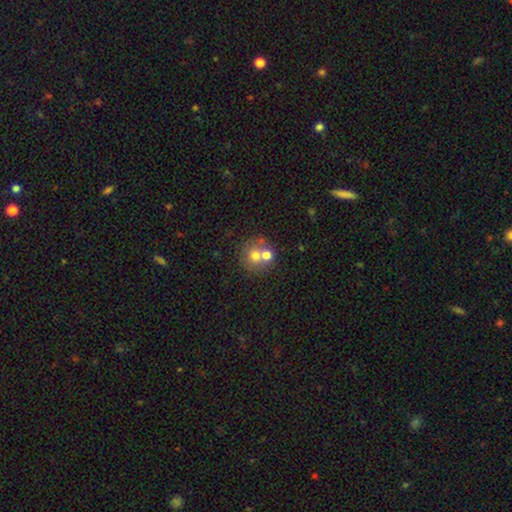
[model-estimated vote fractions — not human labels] Morphology: type=smooth (67%); roundness=round (86%); merging=none (47%).